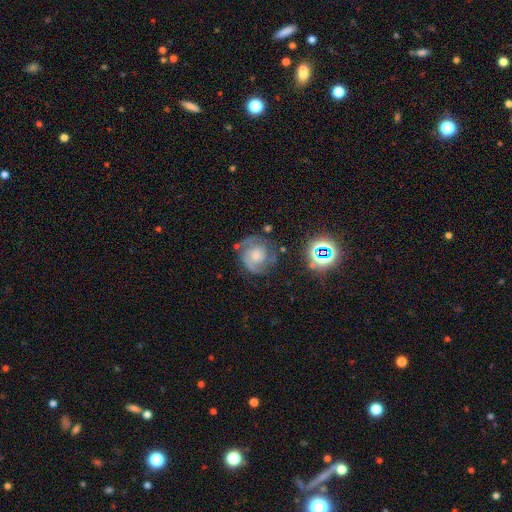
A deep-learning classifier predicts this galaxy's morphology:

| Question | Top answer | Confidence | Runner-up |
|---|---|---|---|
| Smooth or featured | featured or disk | 69% | smooth (21%) |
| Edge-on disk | no | 98% | yes (2%) |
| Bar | no | 72% | weak (24%) |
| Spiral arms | yes | 89% | no (11%) |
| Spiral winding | tight | 49% | medium (39%) |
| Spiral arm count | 2 | 51% | can't tell (24%) |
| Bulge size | small | 44% | moderate (40%) |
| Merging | none | 63% | minor disturbance (22%) |